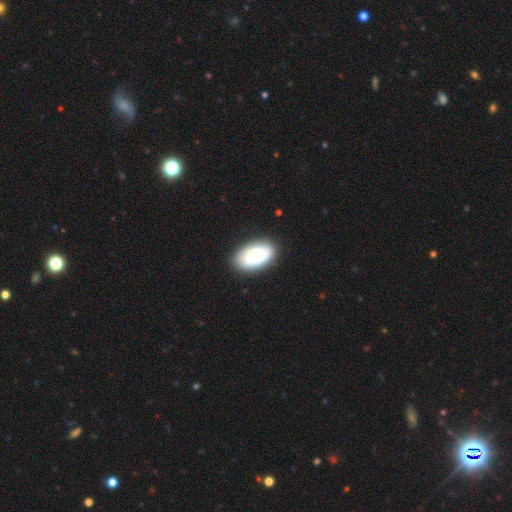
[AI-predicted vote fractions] This is likely a smooth galaxy (69%). How rounded: clearly in between (94%). Merging: clearly none (81%).